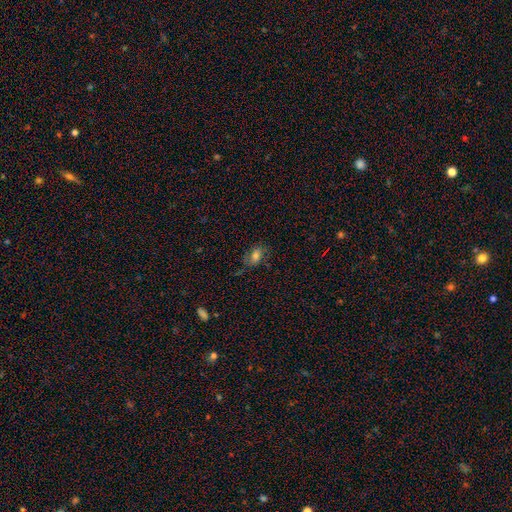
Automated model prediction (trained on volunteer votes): This is likely a smooth galaxy (62%). How rounded: clearly in between (84%). Merging: likely none (67%).